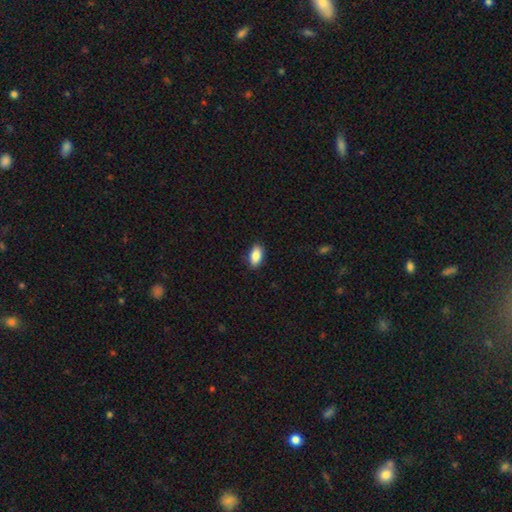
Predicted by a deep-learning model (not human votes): smooth 88%, star or artifact 7%, featured or disk 5%. Down the decision tree: how rounded — in between (92%); merging — none (87%).